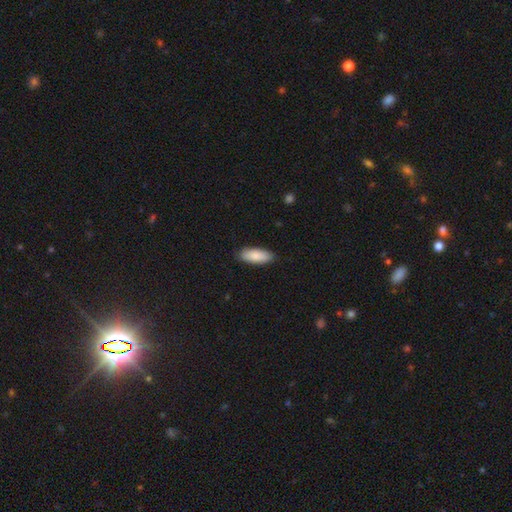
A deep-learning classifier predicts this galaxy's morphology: The model was most divided on "how rounded": in between: 77%, cigar-shaped: 22%, round: 2%. More confident: merging — none (87%); smooth or featured — smooth (87%).